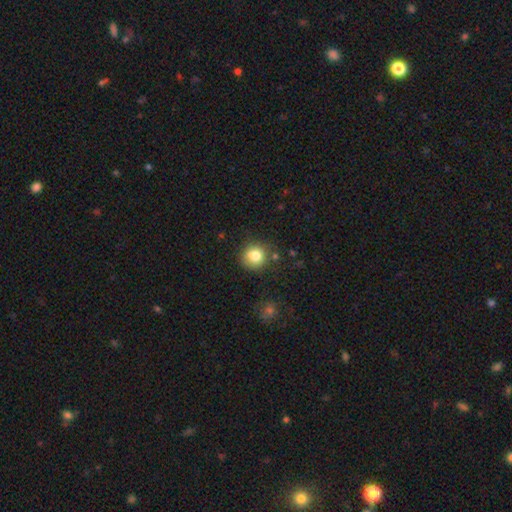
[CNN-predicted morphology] A smooth galaxy with no disk features (81%) that is round (85%).

Vote fractions:
- Smooth or featured? smooth: 81% / star or artifact: 11% / featured or disk: 8%
- How rounded? round: 85% / in between: 14% / cigar-shaped: 1%
- Merging? none: 77% / minor disturbance: 14% / merger: 4% / major disturbance: 4%